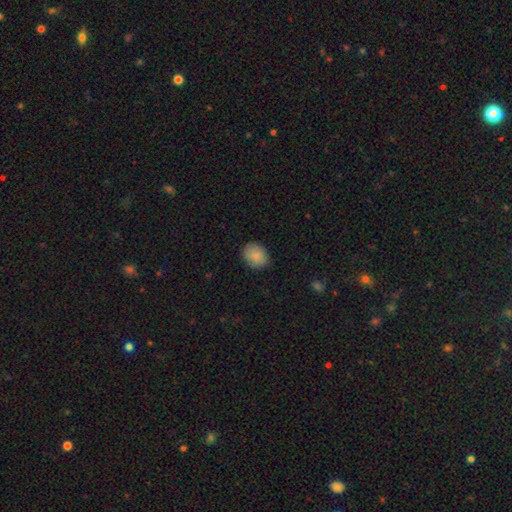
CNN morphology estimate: Smooth or featured: smooth — 86% (star or artifact — 7%)
How rounded: round — 51% (in between — 48%)
Merging: none — 86% (minor disturbance — 11%)